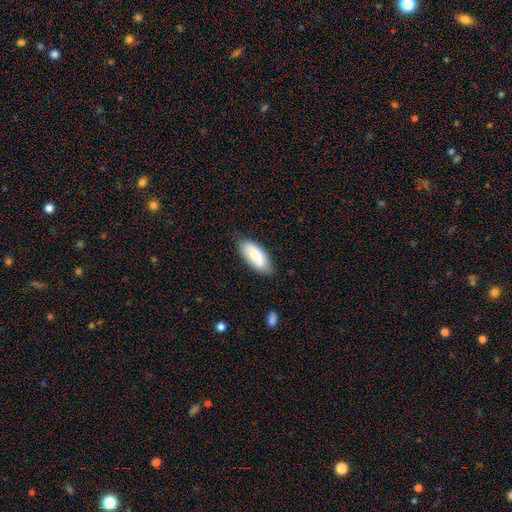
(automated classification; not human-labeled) The model was most divided on "merging": none: 76%, minor disturbance: 19%, major disturbance: 3%, merger: 2%. More confident: how rounded — in between (86%); smooth or featured — smooth (81%).